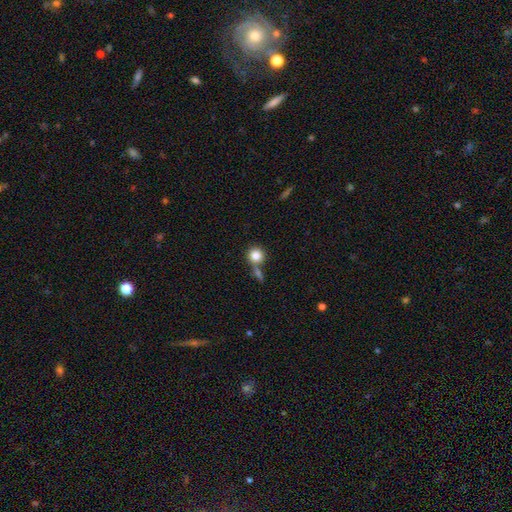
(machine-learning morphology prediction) This is clearly a smooth galaxy (82%). How rounded: clearly round (90%). Merging: possibly none (60%).